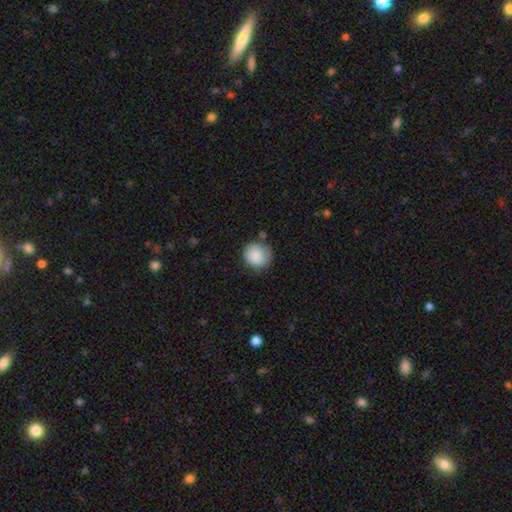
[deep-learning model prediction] Smooth or featured: smooth — 87% (star or artifact — 8%)
How rounded: round — 88% (in between — 11%)
Merging: none — 74% (minor disturbance — 18%)